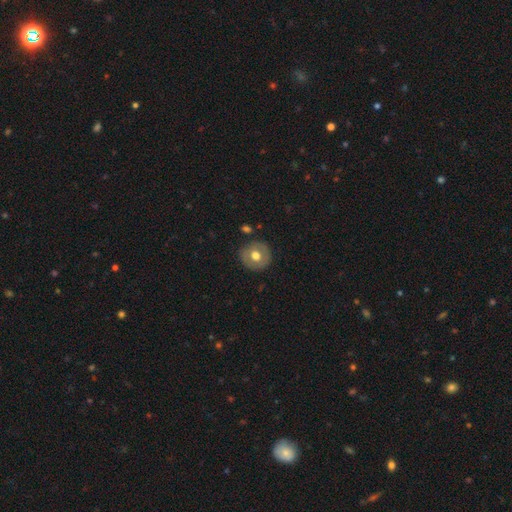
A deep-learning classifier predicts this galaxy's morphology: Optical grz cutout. It shows a smooth galaxy with no disk features (57%) that is round (92%). Merging: none (87%).